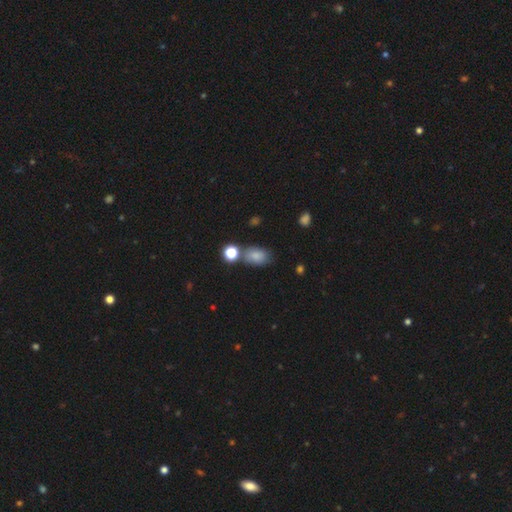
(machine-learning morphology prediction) Q: Smooth or featured?
A: smooth (80%); runner-up: star or artifact (11%)
Q: How rounded?
A: in between (83%); runner-up: round (16%)
Q: Merging?
A: none (66%); runner-up: minor disturbance (16%)